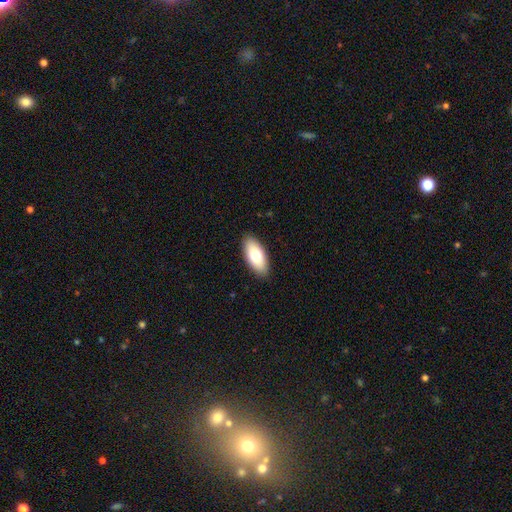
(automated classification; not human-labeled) Smooth or featured? Predicted: smooth (p=0.77). How rounded? Predicted: in between (p=0.89). Merging? Predicted: none (p=0.90).